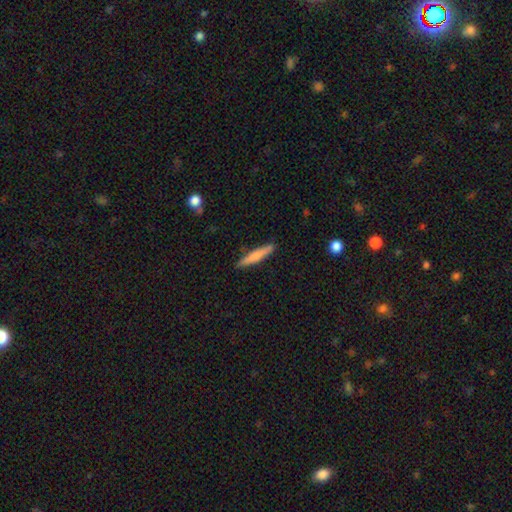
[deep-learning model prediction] A smooth galaxy with no disk features (66%) that is cigar-shaped (92%). Merging: none (89%).